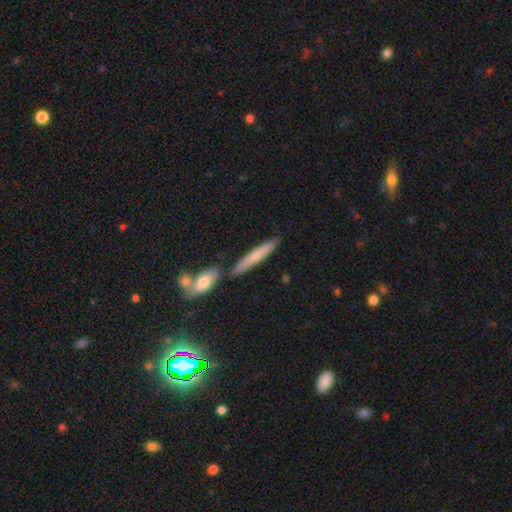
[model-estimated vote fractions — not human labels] smooth_or_featured: smooth (p=0.68) [alt: featured or disk p=0.26]
how_rounded: cigar-shaped (p=0.91) [alt: in between p=0.08]
merging: none (p=0.77) [alt: minor disturbance p=0.11]